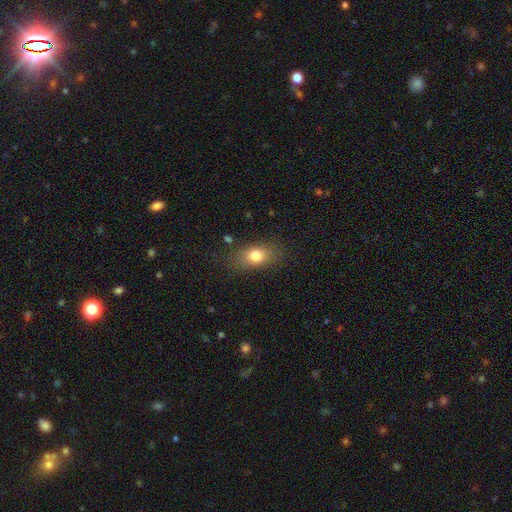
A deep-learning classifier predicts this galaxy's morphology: smooth_or_featured: smooth (p=0.78) [alt: featured or disk p=0.12]
how_rounded: in between (p=0.77) [alt: round p=0.19]
merging: none (p=0.79) [alt: minor disturbance p=0.14]